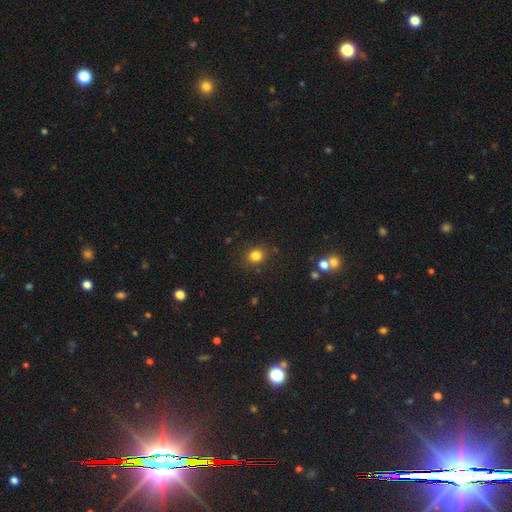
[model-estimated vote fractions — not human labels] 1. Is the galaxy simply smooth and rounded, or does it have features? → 81% smooth, 13% star or artifact, 5% featured or disk.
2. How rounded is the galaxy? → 75% round, 24% in between, 1% cigar-shaped.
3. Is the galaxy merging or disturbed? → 86% none, 9% minor disturbance, 3% major disturbance, 2% merger.